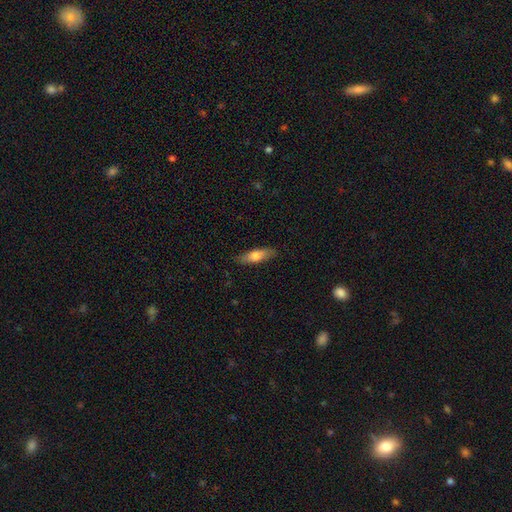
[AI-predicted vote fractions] Smooth or featured? Predicted: smooth (p=0.65). How rounded? Predicted: cigar-shaped (p=0.55). Merging? Predicted: none (p=0.86).